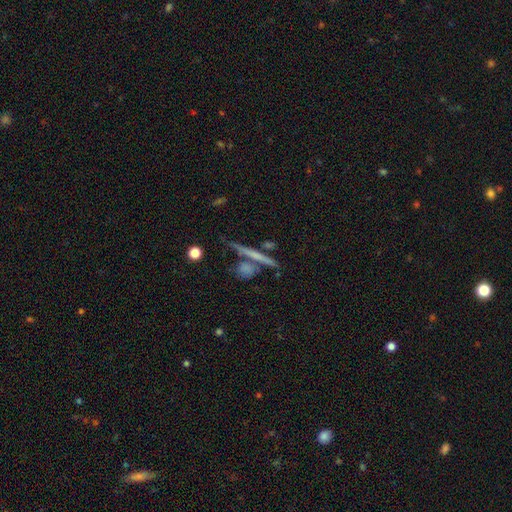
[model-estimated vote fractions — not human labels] featured or disk 48%, smooth 42%, star or artifact 10%. Down the decision tree: merging — none (69%).